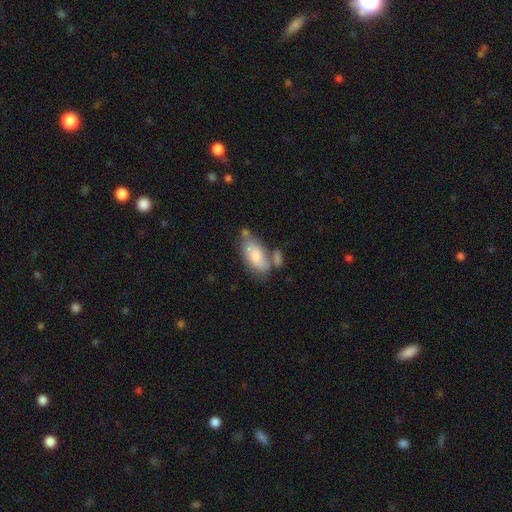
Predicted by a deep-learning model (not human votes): A smooth galaxy with no disk features (73%) that is in between round and cigar-shaped (89%). Merging: none (42%).